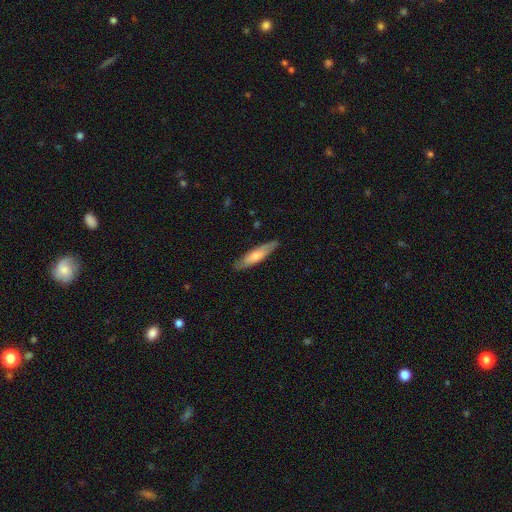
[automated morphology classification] smooth_or_featured: smooth (p=0.62) [alt: featured or disk p=0.33]
how_rounded: cigar-shaped (p=0.76) [alt: in between p=0.22]
merging: none (p=0.84) [alt: minor disturbance p=0.13]